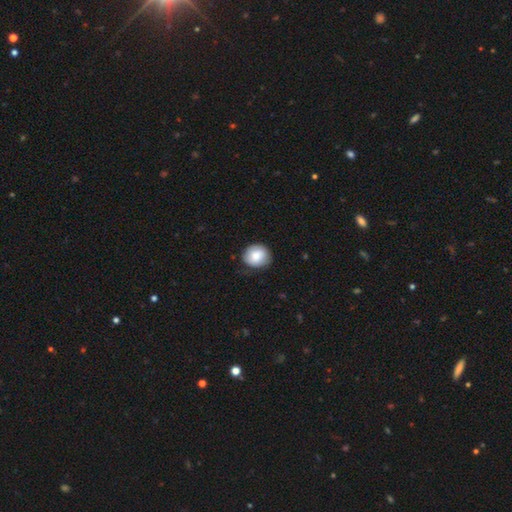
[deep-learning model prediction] A smooth galaxy with no disk features (79%) that is round (77%). Merging: none (77%).